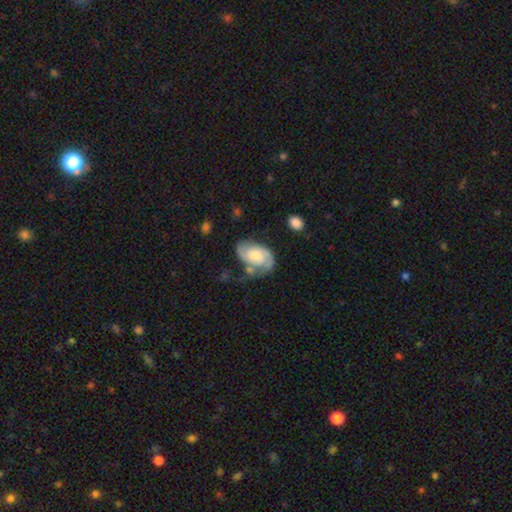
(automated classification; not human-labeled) Smooth or featured? featured or disk (76%)
Edge-on disk? no (97%)
Bar? no (62%)
Spiral arms? yes (94%)
Spiral winding? medium (43%)
Spiral arm count? 2 (82%)
Bulge size? moderate (43%)
Merging? none (56%)